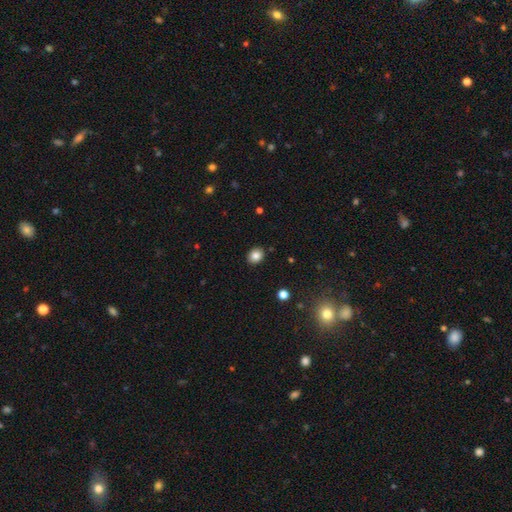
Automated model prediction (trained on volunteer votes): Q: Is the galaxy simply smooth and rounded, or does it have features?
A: smooth — 84%.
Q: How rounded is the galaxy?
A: round — 53%.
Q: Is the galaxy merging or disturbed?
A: none — 89%.